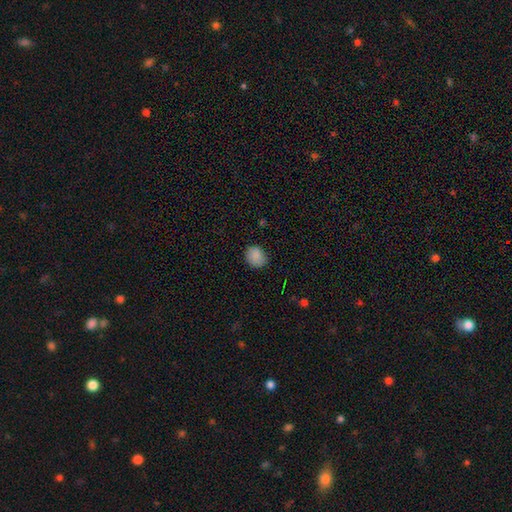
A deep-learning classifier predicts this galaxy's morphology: Smooth or featured? smooth (87%)
How rounded? round (70%)
Merging? none (81%)